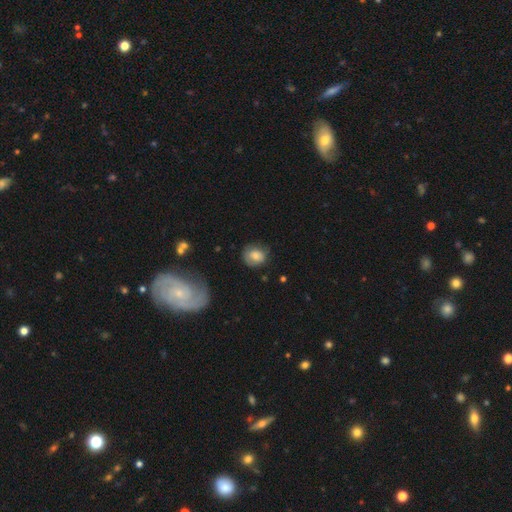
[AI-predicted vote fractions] This is likely a smooth galaxy (75%). How rounded: likely round (64%). Merging: likely none (63%).